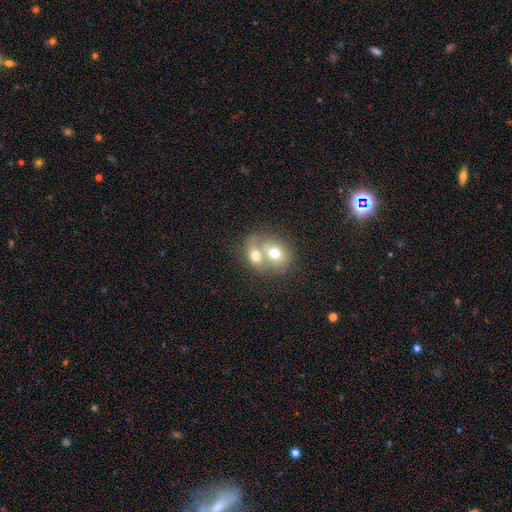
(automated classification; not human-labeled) This is likely a smooth galaxy (66%). How rounded: possibly in between (50%). Merging: likely merger (74%).